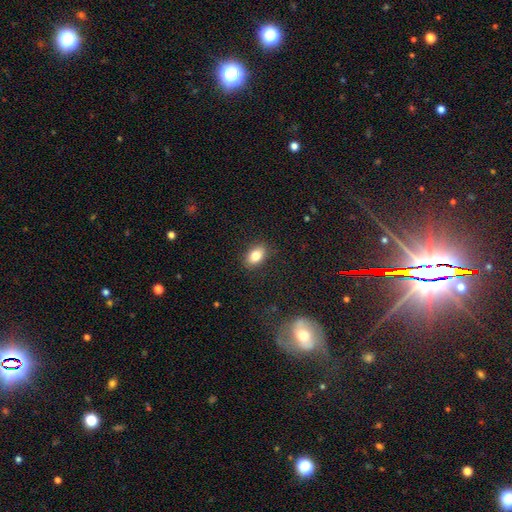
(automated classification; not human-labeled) A smooth galaxy with no disk features (81%) that is in between round and cigar-shaped (86%).

Vote fractions:
- Smooth or featured? smooth: 81% / featured or disk: 10% / star or artifact: 9%
- How rounded? in between: 86% / round: 12% / cigar-shaped: 2%
- Merging? none: 87% / minor disturbance: 9% / major disturbance: 3% / merger: 1%